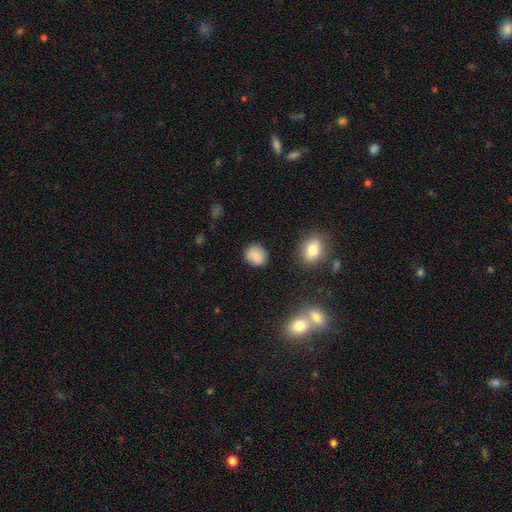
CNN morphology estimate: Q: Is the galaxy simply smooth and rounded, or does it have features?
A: smooth — 85%.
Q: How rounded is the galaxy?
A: round — 77%.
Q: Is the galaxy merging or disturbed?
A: none — 85%.